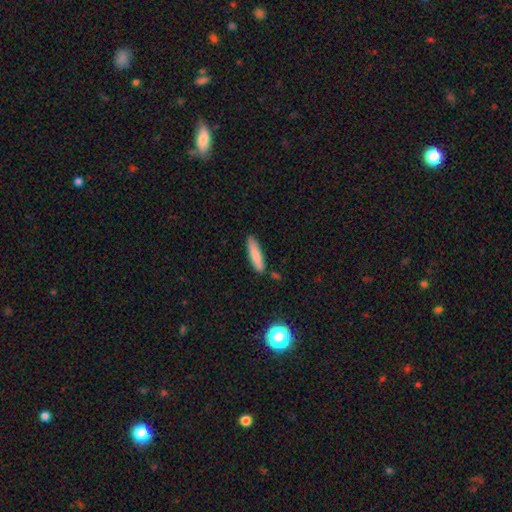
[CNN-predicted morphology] smooth 82%, featured or disk 11%, star or artifact 6%. Down the decision tree: how rounded — cigar-shaped (80%); merging — none (83%).